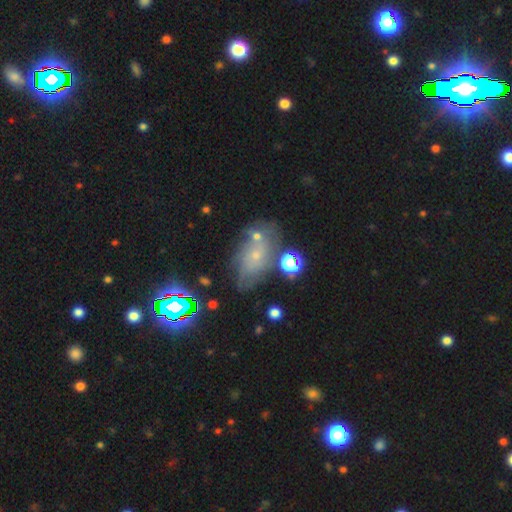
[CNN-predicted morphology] A featured or disk galaxy (41%).

Vote fractions:
- Smooth or featured? featured or disk: 41% / smooth: 37% / star or artifact: 22%
- Merging? none: 49% / minor disturbance: 23% / merger: 16% / major disturbance: 12%